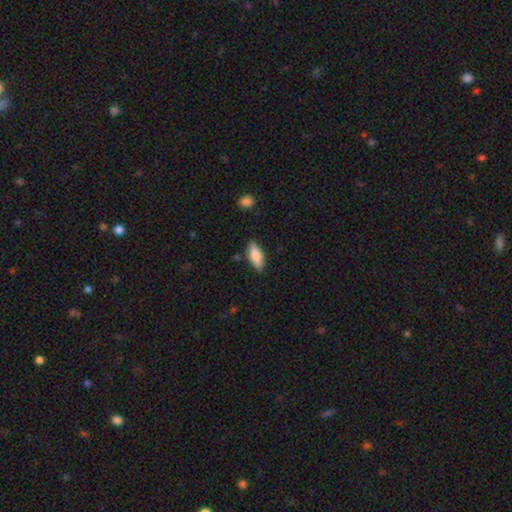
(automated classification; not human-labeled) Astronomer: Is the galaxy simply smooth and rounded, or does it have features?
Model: smooth — 79%.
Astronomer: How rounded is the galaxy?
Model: in between — 76%.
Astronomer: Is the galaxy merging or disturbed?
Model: none — 82%.